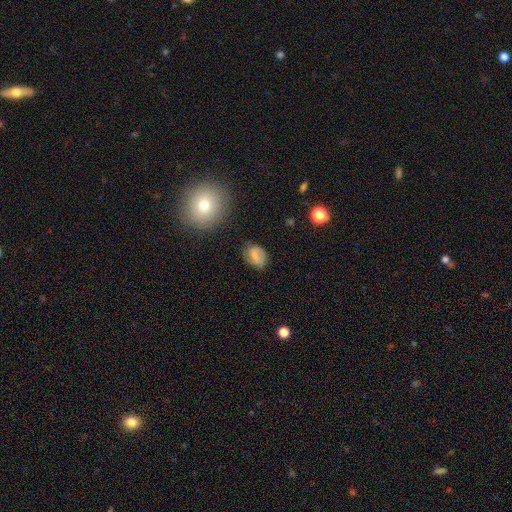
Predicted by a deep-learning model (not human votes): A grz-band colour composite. It shows a smooth galaxy with no disk features (71%) that is in between round and cigar-shaped (77%). Merging: none (75%).